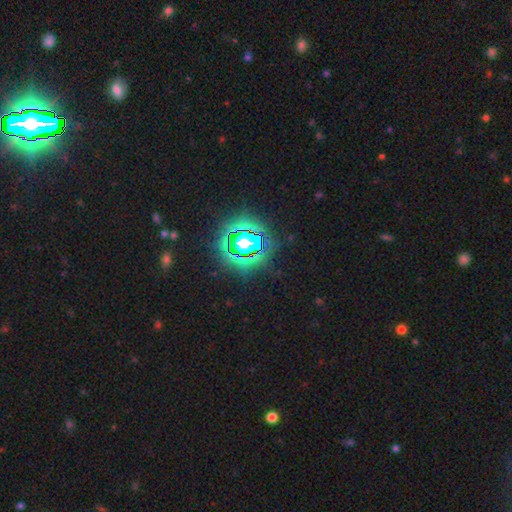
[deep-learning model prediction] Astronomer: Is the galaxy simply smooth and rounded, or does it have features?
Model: star or artifact — 83%.